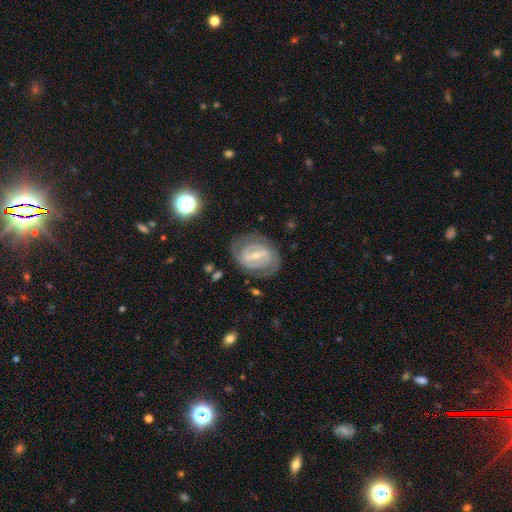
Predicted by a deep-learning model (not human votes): Smooth or featured? featured or disk (85%)
Edge-on disk? no (96%)
Bar? strong (51%)
Spiral arms? yes (92%)
Spiral winding? tight (59%)
Spiral arm count? 2 (63%)
Bulge size? small (59%)
Merging? none (74%)